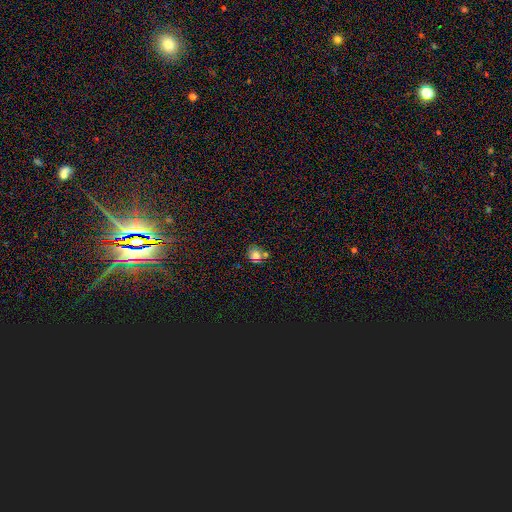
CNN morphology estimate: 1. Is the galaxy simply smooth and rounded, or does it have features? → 71% smooth, 20% star or artifact, 9% featured or disk.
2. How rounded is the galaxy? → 77% round, 22% in between, 1% cigar-shaped.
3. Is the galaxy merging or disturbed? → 66% none, 16% merger, 13% minor disturbance, 5% major disturbance.